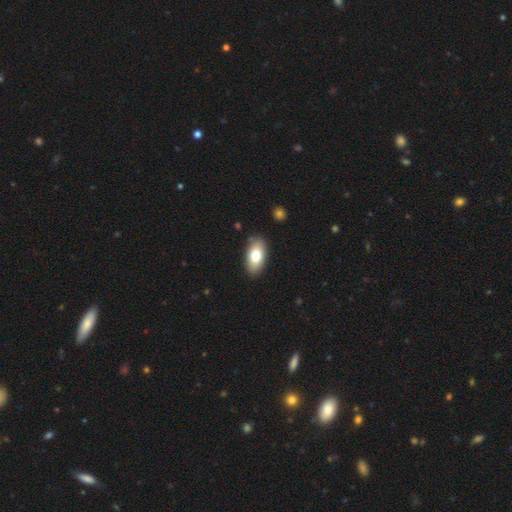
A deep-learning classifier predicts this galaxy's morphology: type=smooth (76%); roundness=in between (92%); merging=none (87%).